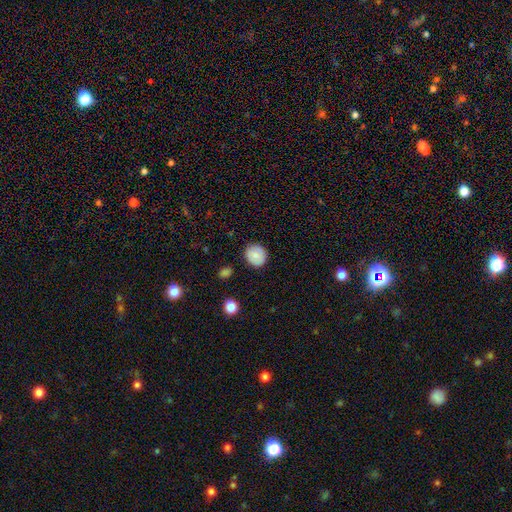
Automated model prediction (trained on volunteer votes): Smooth or featured?
  - smooth: 80% *
  - featured or disk: 12%
  - star or artifact: 8%
How rounded?
  - round: 85% *
  - in between: 14%
  - cigar-shaped: 1%
Merging?
  - none: 87% *
  - minor disturbance: 9%
  - major disturbance: 2%
  - merger: 1%